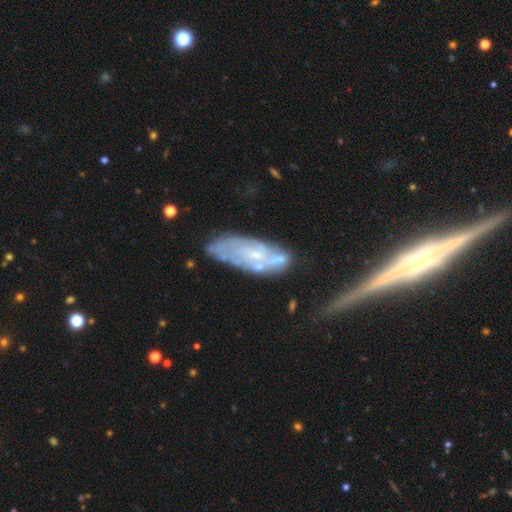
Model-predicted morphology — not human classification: The model was most divided on "spiral arms": yes: 53%, no: 47%. Remaining: edge-on disk — no (85%); bar — no (67%); smooth or featured — featured or disk (64%); bulge size — small (62%); merging — none (49%).